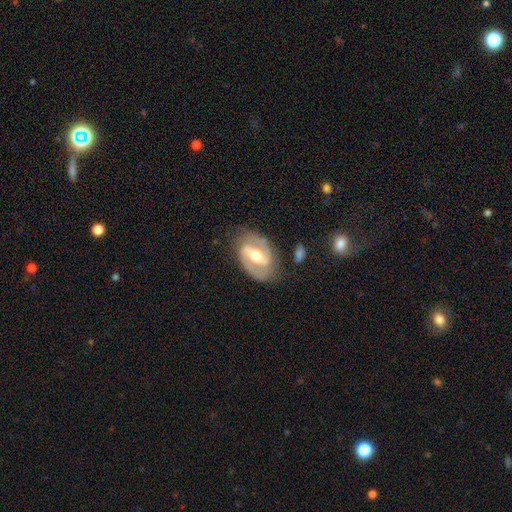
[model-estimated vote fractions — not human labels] Smooth or featured: featured or disk — 85% (smooth — 11%)
Edge-on disk: no — 97% (yes — 3%)
Bar: strong — 46% (weak — 40%)
Spiral arms: yes — 90% (no — 10%)
Spiral winding: medium — 53% (tight — 30%)
Spiral arm count: 2 — 90% (can't tell — 5%)
Bulge size: moderate — 71% (small — 15%)
Merging: none — 76% (minor disturbance — 16%)